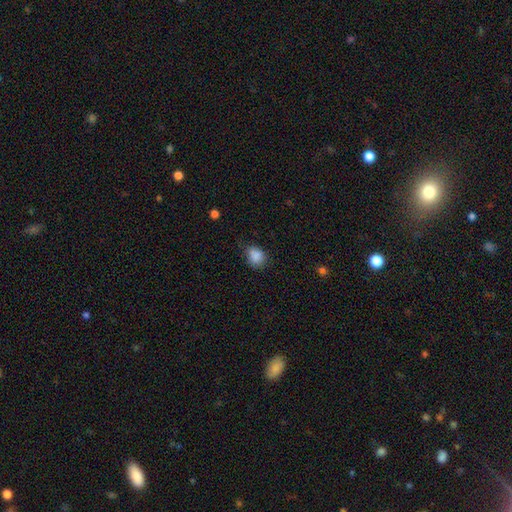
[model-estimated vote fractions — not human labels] smooth-or-featured: smooth: 85% | star or artifact: 10% | featured or disk: 5%
  how-rounded: round: 58% | in between: 41% | cigar-shaped: 1%
  merging: none: 65% | minor disturbance: 26% | major disturbance: 6% | merger: 3%